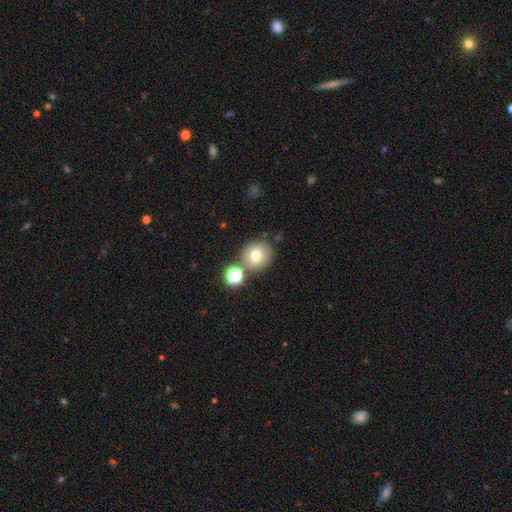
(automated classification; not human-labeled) Smooth or featured? smooth (74%)
How rounded? round (82%)
Merging? none (71%)